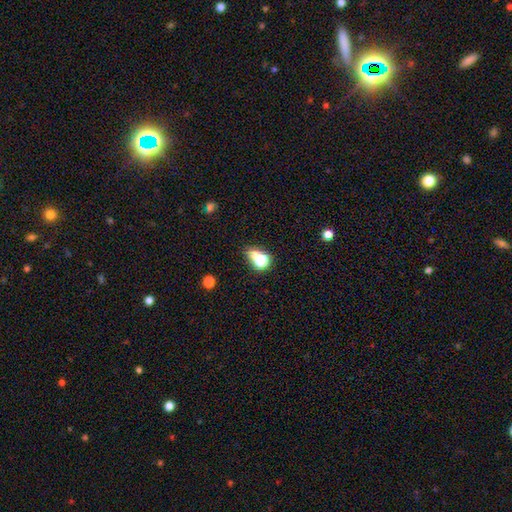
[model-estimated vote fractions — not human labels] smooth_or_featured: smooth (p=0.65) [alt: star or artifact p=0.19]
how_rounded: round (p=0.59) [alt: in between p=0.39]
merging: merger (p=0.50) [alt: none p=0.35]